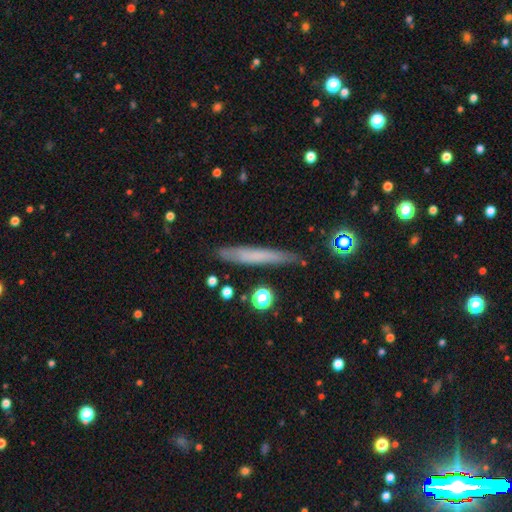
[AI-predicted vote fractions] Smooth or featured? Predicted: smooth (p=0.58). How rounded? Predicted: cigar-shaped (p=0.93). Merging? Predicted: none (p=0.83).